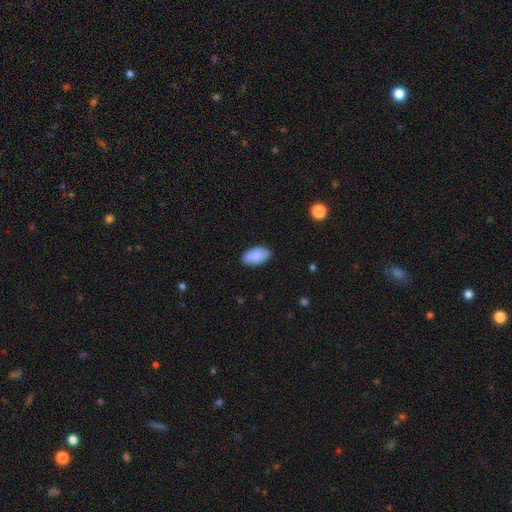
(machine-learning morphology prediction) Smooth or featured: smooth — 80% (featured or disk — 13%)
How rounded: in between — 94% (round — 4%)
Merging: none — 77% (minor disturbance — 18%)